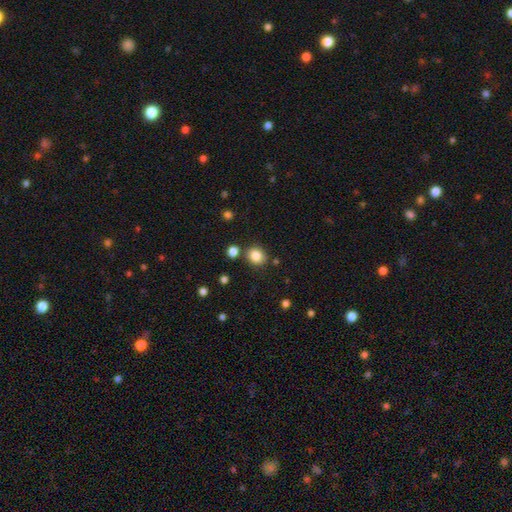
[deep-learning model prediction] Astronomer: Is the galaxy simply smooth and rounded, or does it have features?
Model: smooth — 84%.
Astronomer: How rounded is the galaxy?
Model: round — 73%.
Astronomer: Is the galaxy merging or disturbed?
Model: none — 81%.